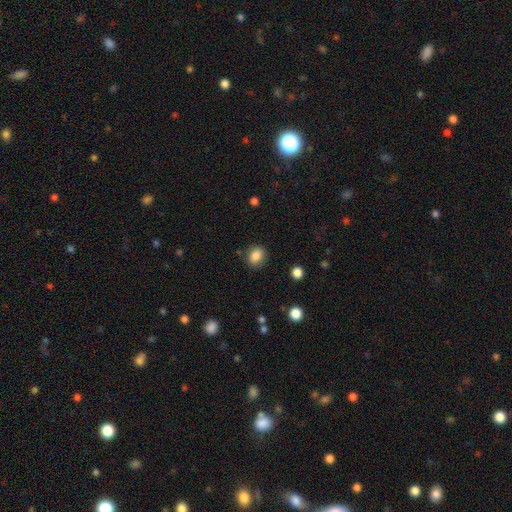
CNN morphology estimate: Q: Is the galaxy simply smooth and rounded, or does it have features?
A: smooth — 86%.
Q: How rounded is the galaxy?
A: in between — 58%.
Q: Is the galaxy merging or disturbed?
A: none — 84%.